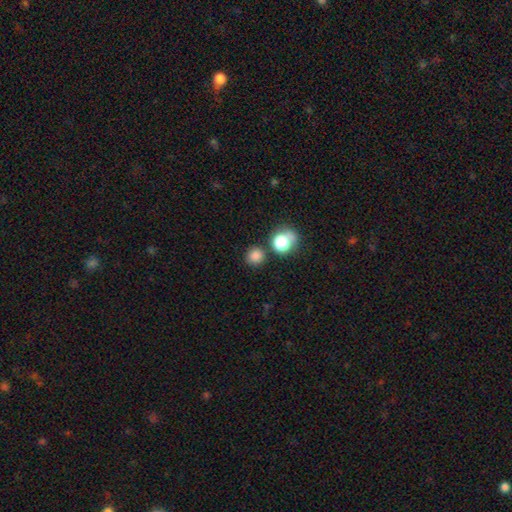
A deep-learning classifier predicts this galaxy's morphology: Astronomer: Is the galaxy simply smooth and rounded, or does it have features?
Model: smooth — 81%.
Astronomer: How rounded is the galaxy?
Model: round — 89%.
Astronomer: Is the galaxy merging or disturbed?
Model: none — 74%.